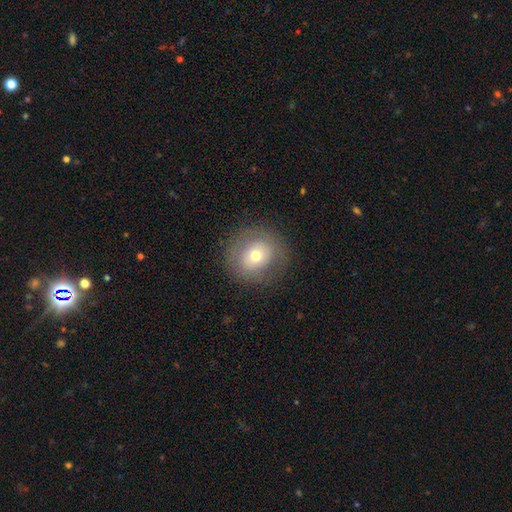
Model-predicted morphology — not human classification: smooth_or_featured: smooth (p=0.65) [alt: featured or disk p=0.24]
how_rounded: round (p=0.87) [alt: in between p=0.12]
merging: none (p=0.83) [alt: minor disturbance p=0.10]